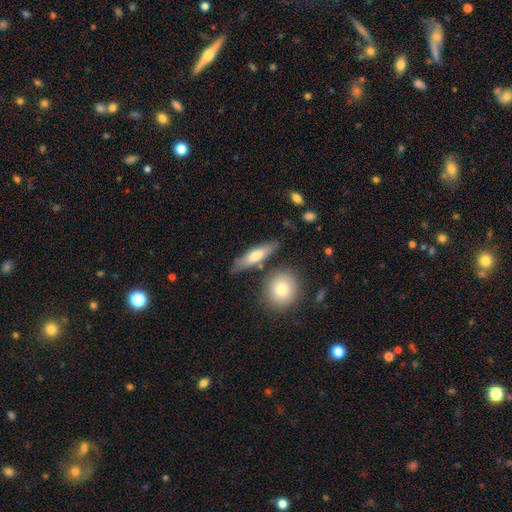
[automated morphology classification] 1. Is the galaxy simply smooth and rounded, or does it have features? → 64% smooth, 29% featured or disk, 6% star or artifact.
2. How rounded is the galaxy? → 57% cigar-shaped, 39% in between, 4% round.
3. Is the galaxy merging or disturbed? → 74% none, 14% minor disturbance, 9% merger, 4% major disturbance.